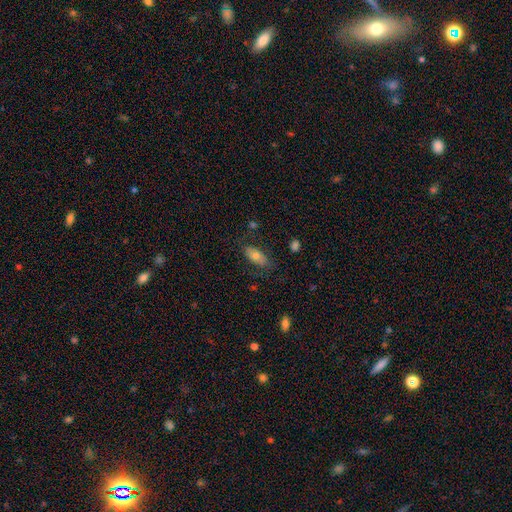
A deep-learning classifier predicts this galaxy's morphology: type=smooth (65%); roundness=in between (86%); merging=none (74%).